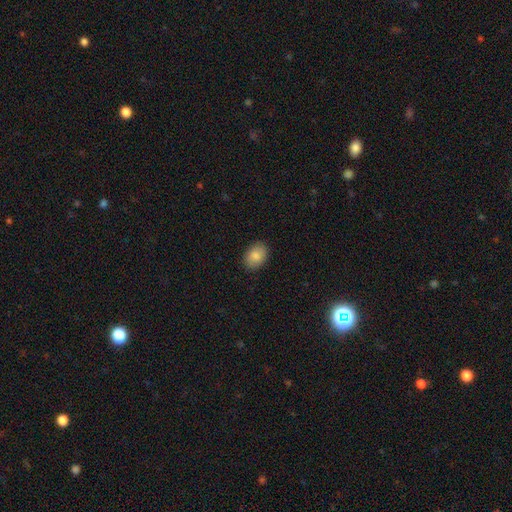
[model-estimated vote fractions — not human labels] A smooth galaxy with no disk features (86%) that is in between round and cigar-shaped (80%). Merging: none (89%).